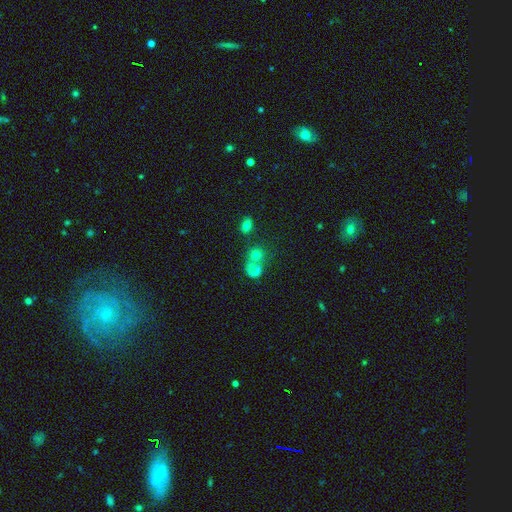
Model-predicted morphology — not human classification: A smooth galaxy with no disk features (56%) that is round (62%). Merging: merger (48%).